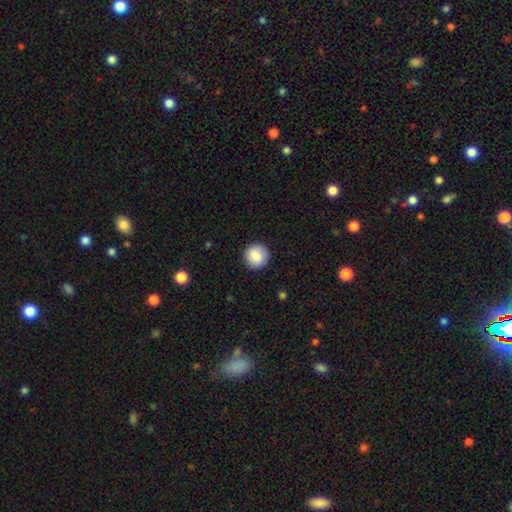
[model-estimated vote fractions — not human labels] Q: Smooth or featured?
A: smooth (87%); runner-up: star or artifact (7%)
Q: How rounded?
A: round (94%); runner-up: in between (5%)
Q: Merging?
A: none (90%); runner-up: minor disturbance (7%)